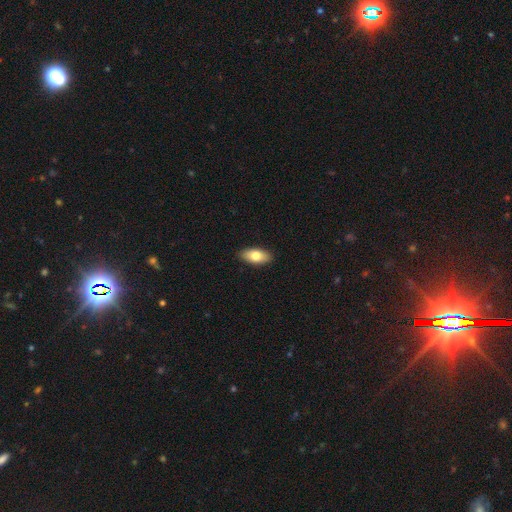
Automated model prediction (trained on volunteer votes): Overall: smooth (77%). How rounded: in between (90%). Merging: none (90%).